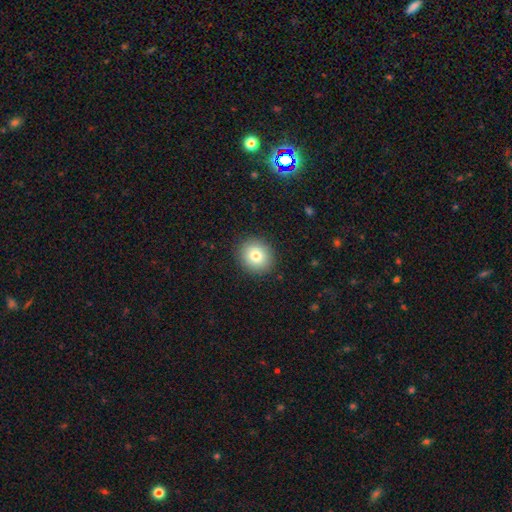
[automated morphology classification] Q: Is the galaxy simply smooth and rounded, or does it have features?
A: smooth — 80%.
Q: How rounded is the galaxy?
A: round — 84%.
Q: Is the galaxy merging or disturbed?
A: none — 91%.